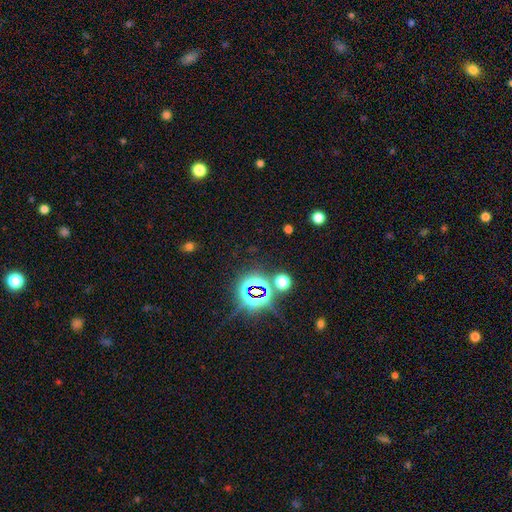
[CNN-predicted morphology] smooth-or-featured: star or artifact: 73% | smooth: 17% | featured or disk: 10%